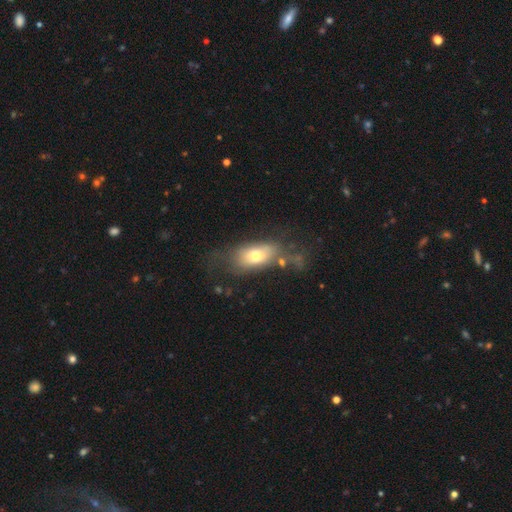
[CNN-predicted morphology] type=smooth (67%); roundness=in between (85%); merging=none (50%).